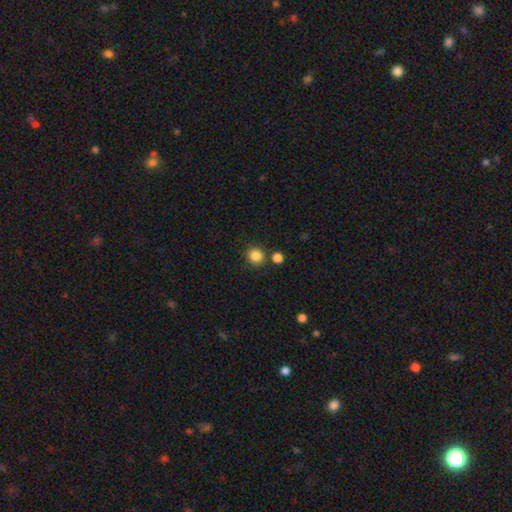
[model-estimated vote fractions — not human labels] Overall: smooth (85%). How rounded: round (89%). Merging: none (80%).